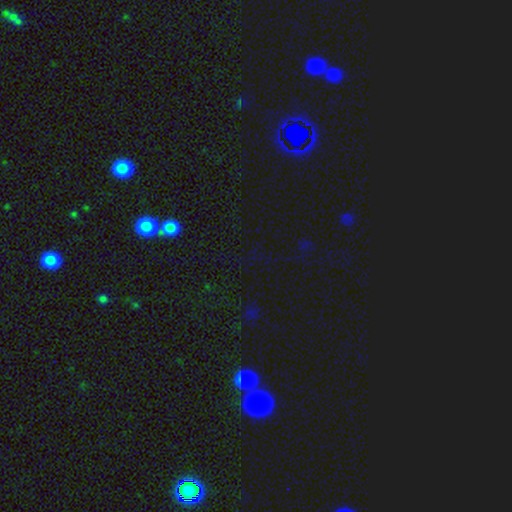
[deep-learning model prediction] smooth-or-featured: star or artifact: 79% | smooth: 15% | featured or disk: 6%